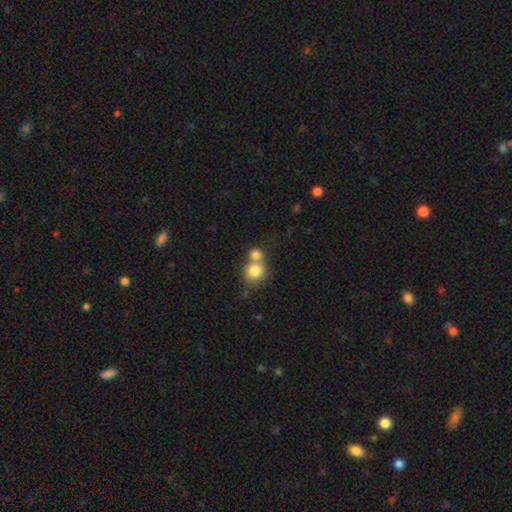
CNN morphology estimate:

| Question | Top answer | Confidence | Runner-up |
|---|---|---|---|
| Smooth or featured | smooth | 64% | star or artifact (22%) |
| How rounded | round | 76% | in between (22%) |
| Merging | none | 49% | merger (37%) |